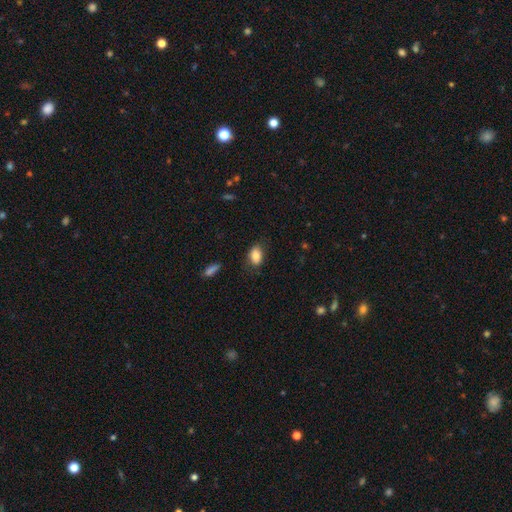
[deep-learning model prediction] Q: Smooth or featured?
A: smooth (84%); runner-up: star or artifact (8%)
Q: How rounded?
A: in between (87%); runner-up: round (11%)
Q: Merging?
A: none (75%); runner-up: minor disturbance (18%)